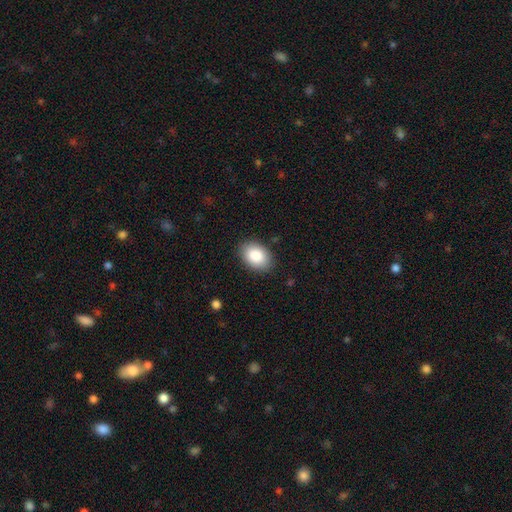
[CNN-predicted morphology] Q: Smooth or featured?
A: smooth (87%); runner-up: star or artifact (7%)
Q: How rounded?
A: in between (85%); runner-up: round (14%)
Q: Merging?
A: none (87%); runner-up: minor disturbance (9%)